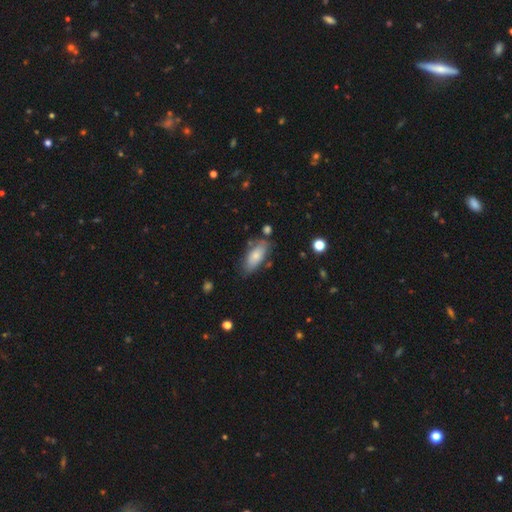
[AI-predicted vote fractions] smooth-or-featured: smooth: 73% | featured or disk: 20% | star or artifact: 6%
  how-rounded: in between: 85% | cigar-shaped: 12% | round: 2%
  merging: none: 68% | minor disturbance: 21% | merger: 5% | major disturbance: 5%